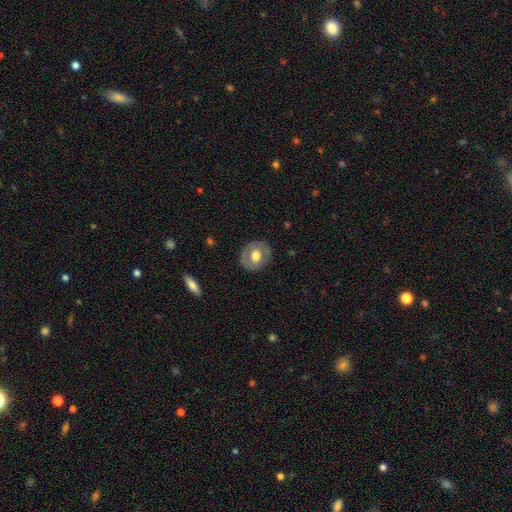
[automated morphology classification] This appears to be a smooth galaxy with no disk features (53%) that is round (74%). Merging: none (83%).